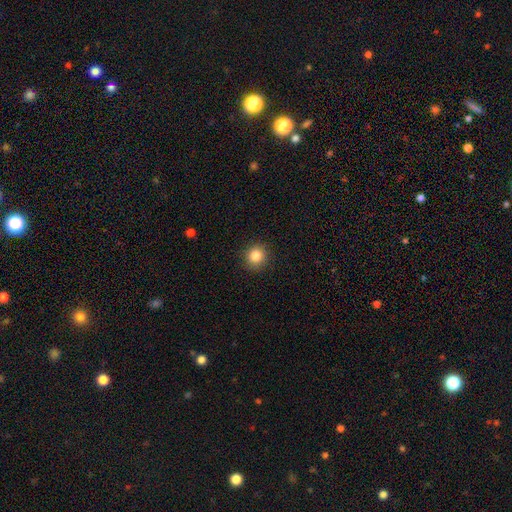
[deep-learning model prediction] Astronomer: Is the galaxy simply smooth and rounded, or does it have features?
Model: smooth — 84%.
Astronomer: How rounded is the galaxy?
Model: round — 92%.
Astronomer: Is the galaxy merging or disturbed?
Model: none — 91%.